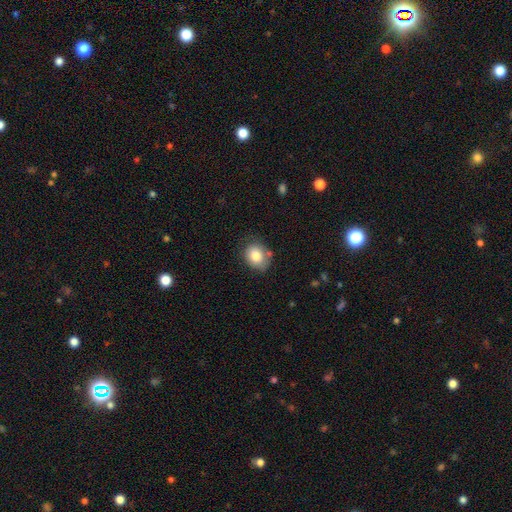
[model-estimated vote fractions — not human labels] Overall: smooth (82%). How rounded: round (56%; in between 43%). Merging: none (66%).